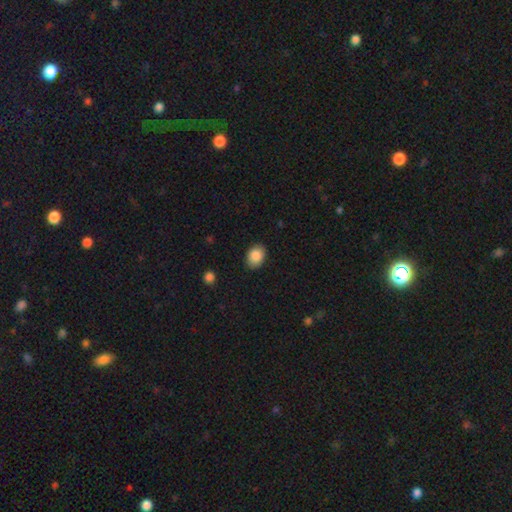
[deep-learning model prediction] Smooth or featured? smooth (88%)
How rounded? in between (71%)
Merging? none (87%)